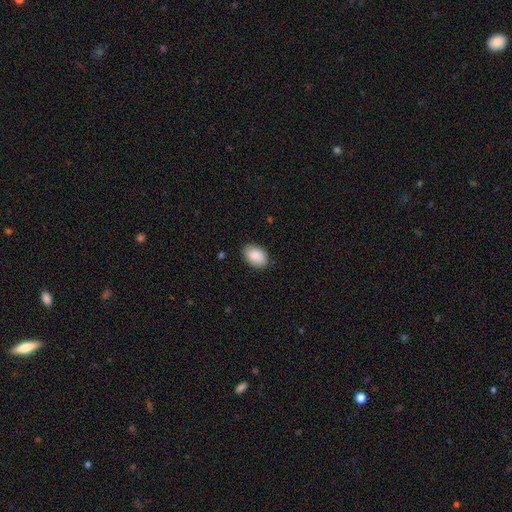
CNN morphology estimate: smooth-or-featured: smooth: 88% | star or artifact: 6% | featured or disk: 5%
  how-rounded: in between: 86% | round: 13% | cigar-shaped: 1%
  merging: none: 85% | minor disturbance: 12% | major disturbance: 2% | merger: 1%